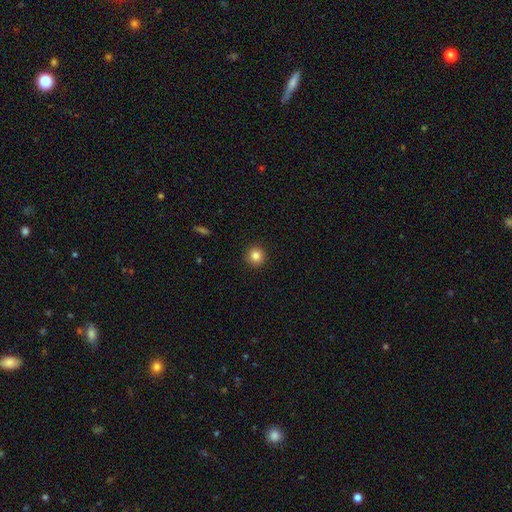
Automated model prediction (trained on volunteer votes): smooth-or-featured: smooth: 84% | star or artifact: 11% | featured or disk: 5%
  how-rounded: round: 95% | in between: 4% | cigar-shaped: 1%
  merging: none: 93% | minor disturbance: 5% | major disturbance: 2% | merger: 1%